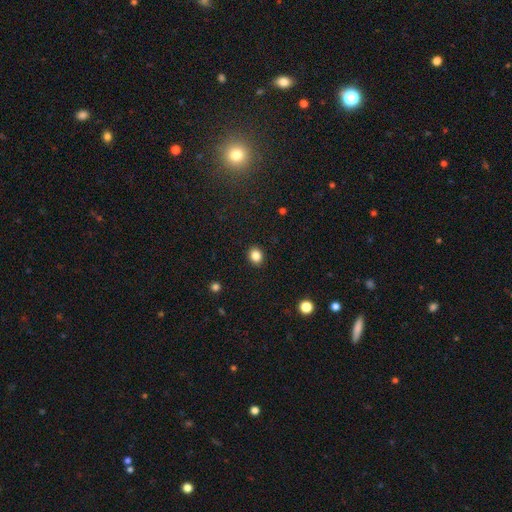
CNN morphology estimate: smooth-or-featured: smooth: 86% | star or artifact: 10% | featured or disk: 4%
  how-rounded: round: 62% | in between: 37% | cigar-shaped: 1%
  merging: none: 91% | minor disturbance: 6% | major disturbance: 2% | merger: 1%